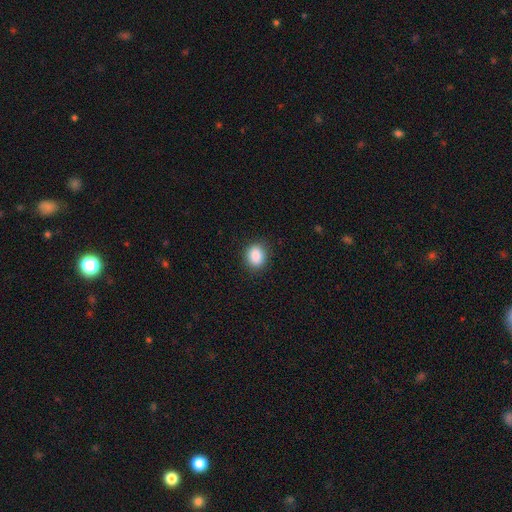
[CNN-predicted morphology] A smooth galaxy with no disk features (88%) that is round (50%).

Vote fractions:
- Smooth or featured? smooth: 88% / star or artifact: 8% / featured or disk: 3%
- How rounded? round: 50% / in between: 49% / cigar-shaped: 1%
- Merging? none: 88% / minor disturbance: 9% / major disturbance: 2% / merger: 1%